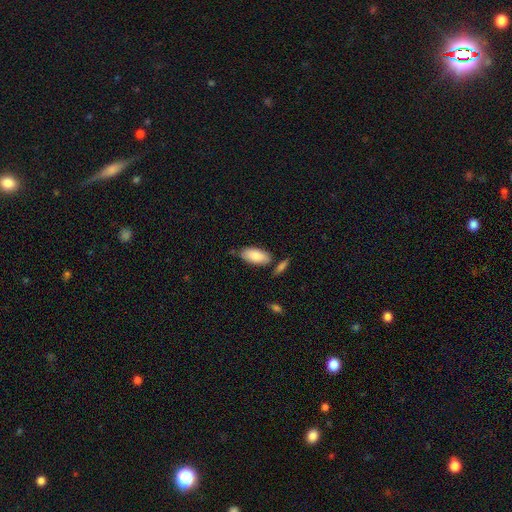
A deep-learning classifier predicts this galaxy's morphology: A smooth galaxy with no disk features (85%) that is in between round and cigar-shaped (92%).

Vote fractions:
- Smooth or featured? smooth: 85% / featured or disk: 10% / star or artifact: 6%
- How rounded? in between: 92% / cigar-shaped: 6% / round: 2%
- Merging? none: 69% / minor disturbance: 18% / merger: 9% / major disturbance: 4%